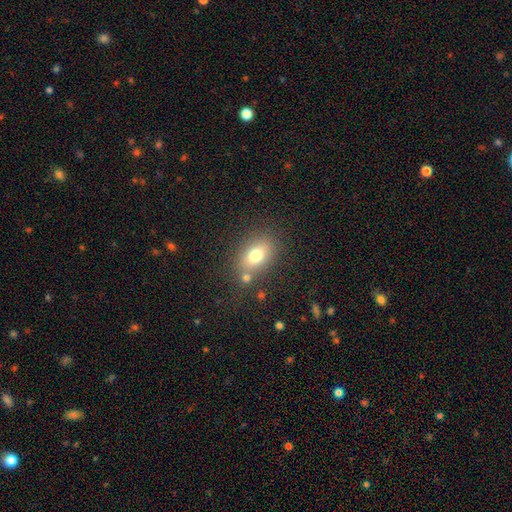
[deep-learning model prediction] smooth_or_featured: smooth (p=0.74) [alt: featured or disk p=0.15]
how_rounded: in between (p=0.78) [alt: round p=0.19]
merging: none (p=0.70) [alt: minor disturbance p=0.13]